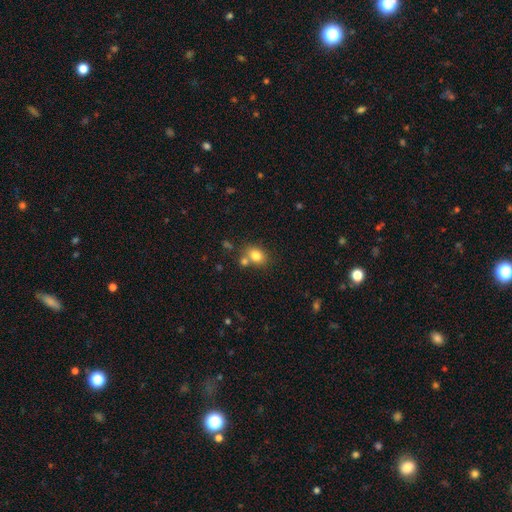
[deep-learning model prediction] This is clearly a smooth galaxy (80%). How rounded: possibly in between (56%). Merging: likely none (61%).